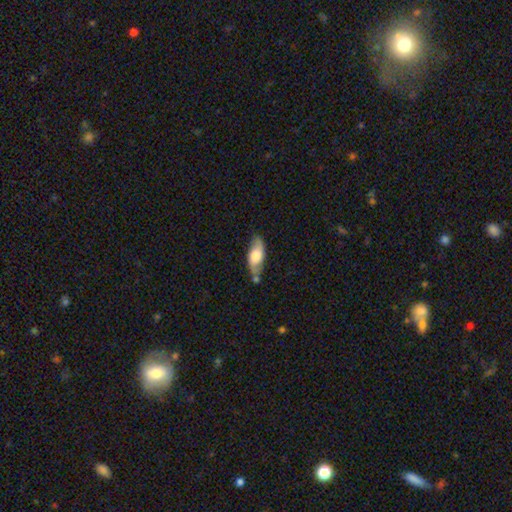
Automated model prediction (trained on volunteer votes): Q: Smooth or featured?
A: smooth (54%); runner-up: featured or disk (40%)
Q: How rounded?
A: in between (75%); runner-up: cigar-shaped (22%)
Q: Merging?
A: none (61%); runner-up: minor disturbance (22%)